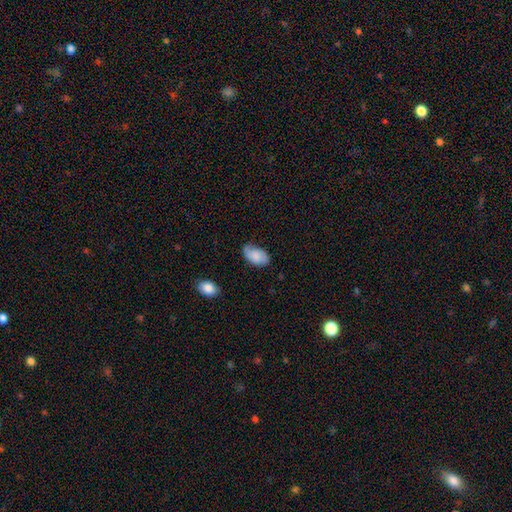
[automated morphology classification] A smooth galaxy with no disk features (71%) that is in between round and cigar-shaped (93%). Merging: none (59%).